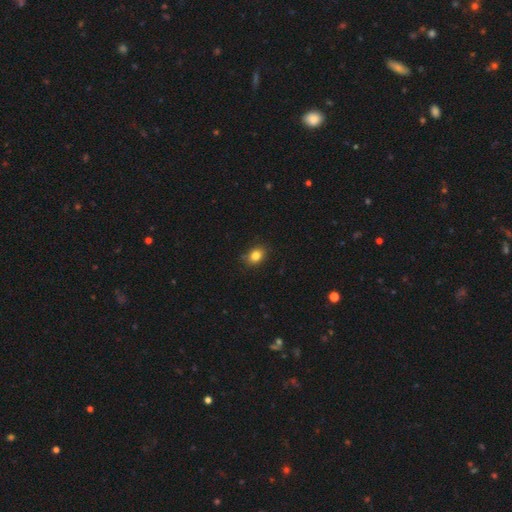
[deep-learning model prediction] Smooth or featured: smooth — 84% (star or artifact — 11%)
How rounded: in between — 55% (round — 44%)
Merging: none — 83% (minor disturbance — 14%)